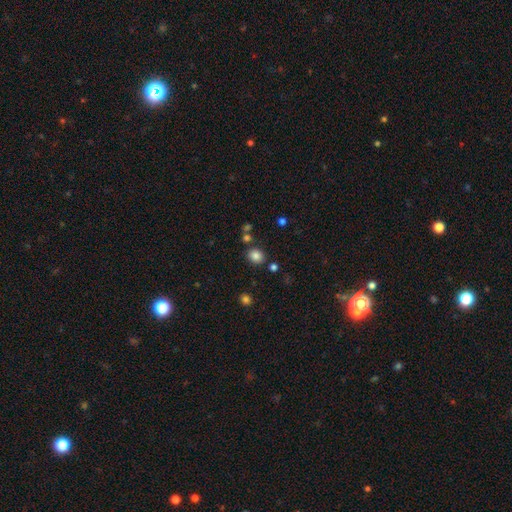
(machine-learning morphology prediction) A smooth galaxy with no disk features (83%) that is round (69%). Merging: none (81%).